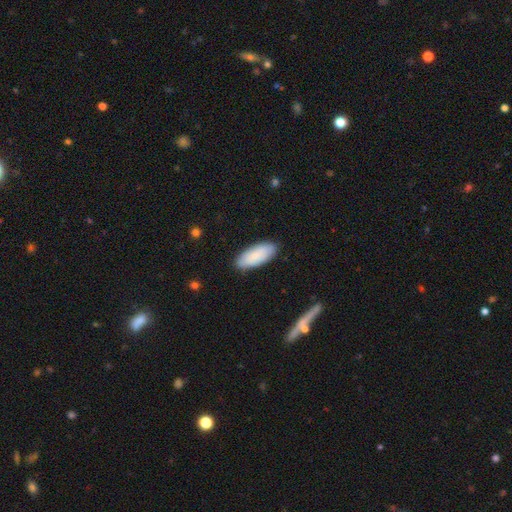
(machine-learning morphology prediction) Overall: smooth (84%). How rounded: in between (85%). Merging: none (87%).